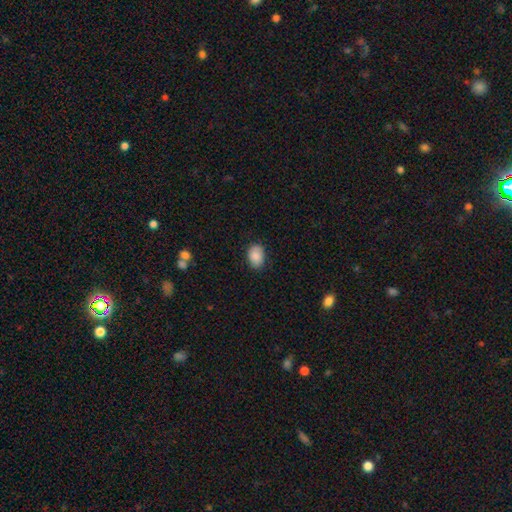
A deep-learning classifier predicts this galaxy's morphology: A smooth galaxy with no disk features (87%) that is in between round and cigar-shaped (79%).

Vote fractions:
- Smooth or featured? smooth: 87% / star or artifact: 7% / featured or disk: 5%
- How rounded? in between: 79% / round: 20% / cigar-shaped: 1%
- Merging? none: 82% / minor disturbance: 14% / major disturbance: 3% / merger: 1%